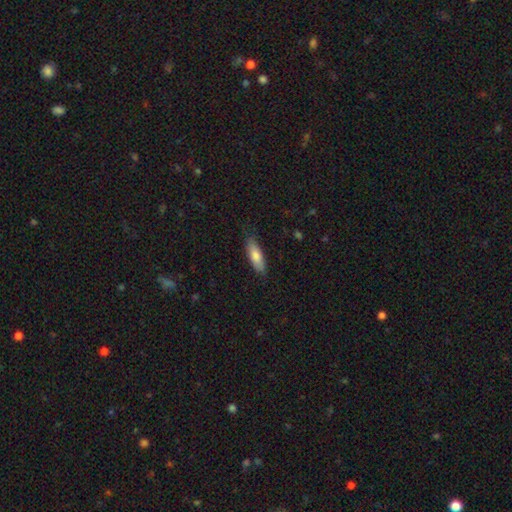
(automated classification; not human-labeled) Smooth or featured? Predicted: smooth (p=0.76). How rounded? Predicted: in between (p=0.57). Merging? Predicted: none (p=0.80).